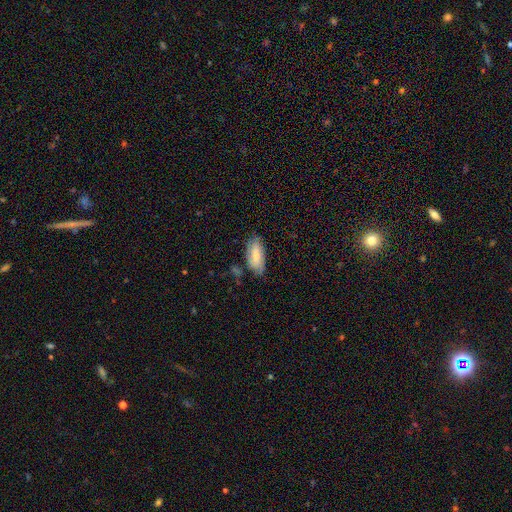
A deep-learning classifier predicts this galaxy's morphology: Smooth or featured?
  - smooth: 67% *
  - featured or disk: 26%
  - star or artifact: 7%
How rounded?
  - in between: 89% *
  - cigar-shaped: 9%
  - round: 2%
Merging?
  - none: 69% *
  - minor disturbance: 23%
  - major disturbance: 5%
  - merger: 3%